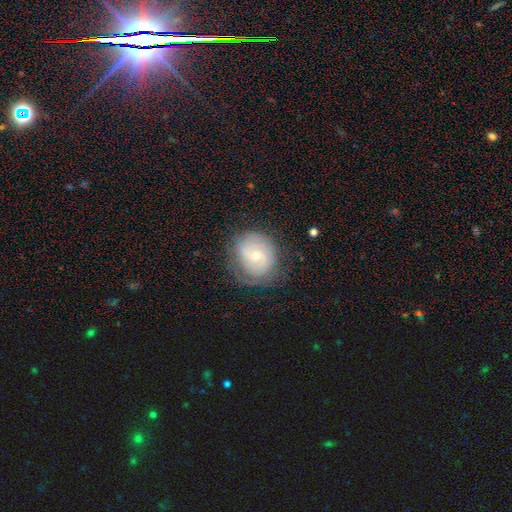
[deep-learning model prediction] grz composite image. It shows a featured or disk galaxy (55%) with no bar (60%), spiral arms (76%) and a small central bulge (55%). Merging: none (68%).